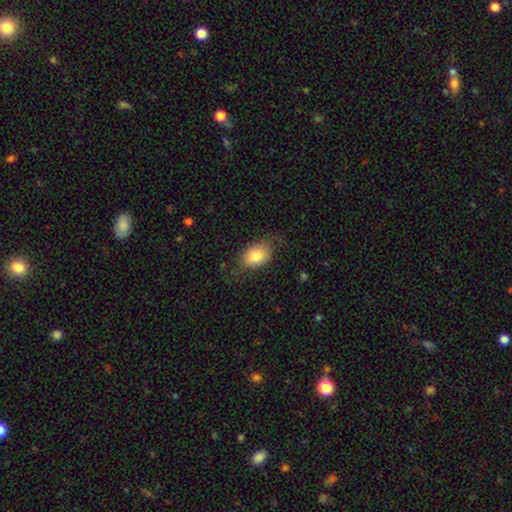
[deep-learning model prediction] This is likely a smooth galaxy (77%). How rounded: likely in between (79%). Merging: likely none (64%).